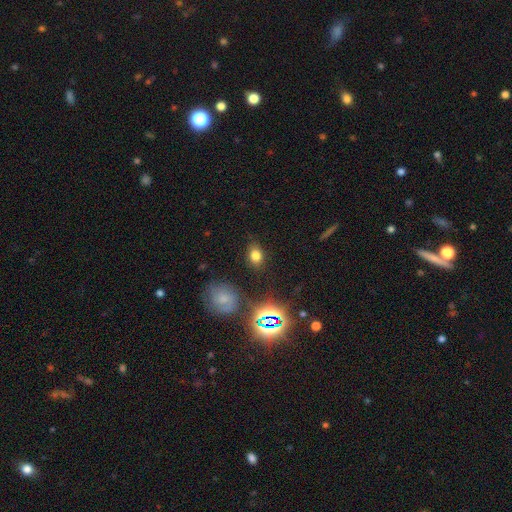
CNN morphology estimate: Smooth or featured? smooth (72%)
How rounded? in between (66%)
Merging? none (81%)